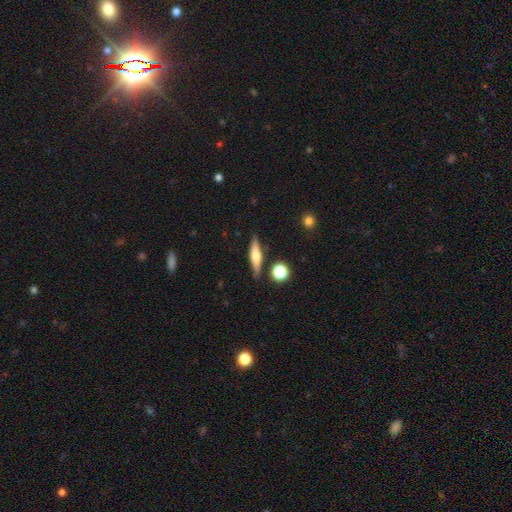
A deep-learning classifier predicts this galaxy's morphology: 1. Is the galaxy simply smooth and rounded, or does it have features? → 50% featured or disk, 42% smooth, 7% star or artifact.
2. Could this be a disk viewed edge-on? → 94% yes, 6% no.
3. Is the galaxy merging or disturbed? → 83% none, 10% minor disturbance, 4% merger, 2% major disturbance.